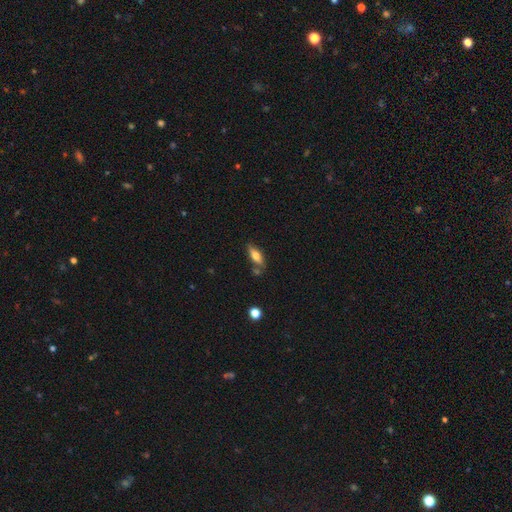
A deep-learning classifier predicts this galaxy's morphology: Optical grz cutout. It shows a smooth galaxy with no disk features (66%) that is in between round and cigar-shaped (65%). Merging: none (67%).